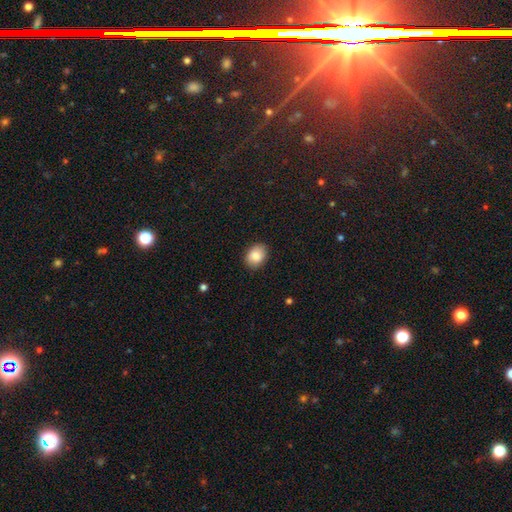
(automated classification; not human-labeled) Smooth or featured? smooth (86%)
How rounded? in between (65%)
Merging? none (87%)